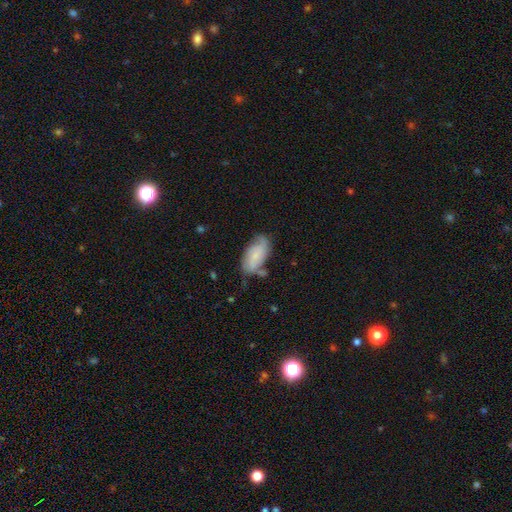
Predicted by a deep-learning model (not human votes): Smooth or featured? smooth (55%)
How rounded? in between (91%)
Merging? none (56%)